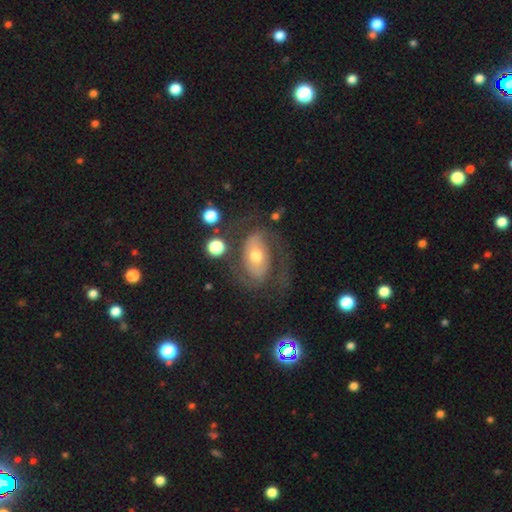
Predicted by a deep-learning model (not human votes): featured or disk 70%, smooth 21%, star or artifact 9%. Down the decision tree: edge-on disk — no (94%); bar — no (51%); spiral arms — yes (75%); bulge size — moderate (62%); merging — none (56%).